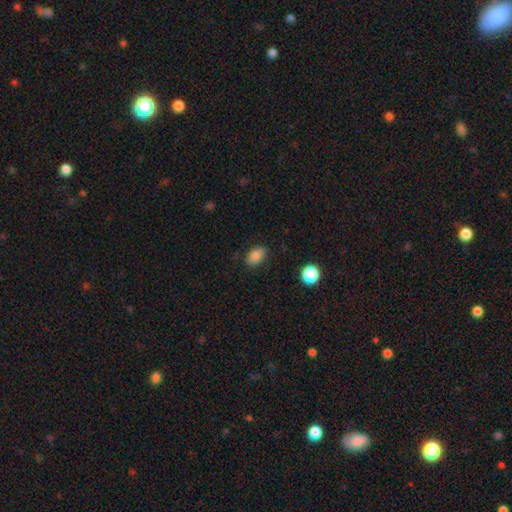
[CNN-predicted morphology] Smooth or featured? Predicted: smooth (p=0.82). How rounded? Predicted: in between (p=0.85). Merging? Predicted: none (p=0.80).